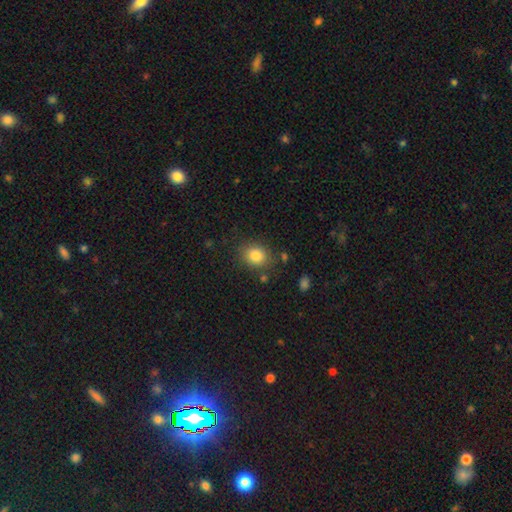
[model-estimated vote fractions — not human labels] This appears to be a smooth galaxy with no disk features (84%) that is round (62%). Merging: none (81%).